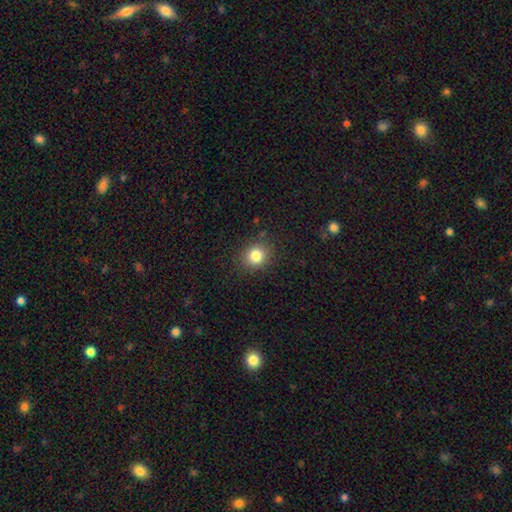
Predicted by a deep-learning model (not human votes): smooth 82%, star or artifact 12%, featured or disk 6%. Down the decision tree: how rounded — round (77%); merging — none (87%).